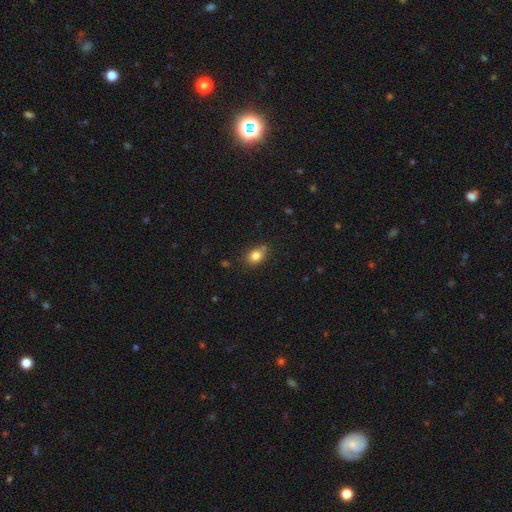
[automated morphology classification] Smooth or featured? Predicted: smooth (p=0.83). How rounded? Predicted: in between (p=0.61). Merging? Predicted: none (p=0.71).